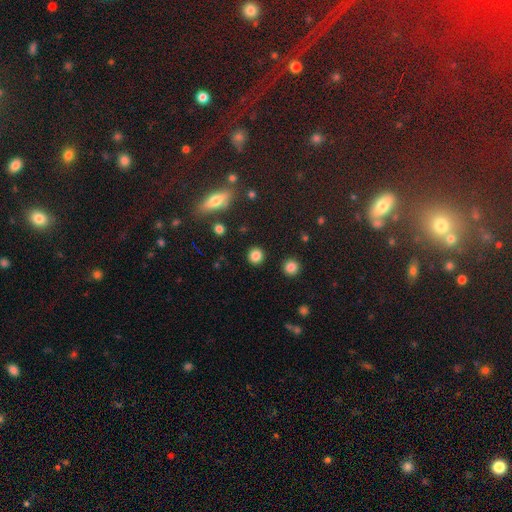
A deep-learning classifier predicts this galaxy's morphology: This appears to be a smooth galaxy with no disk features (84%) that is round (91%). Merging: none (91%).